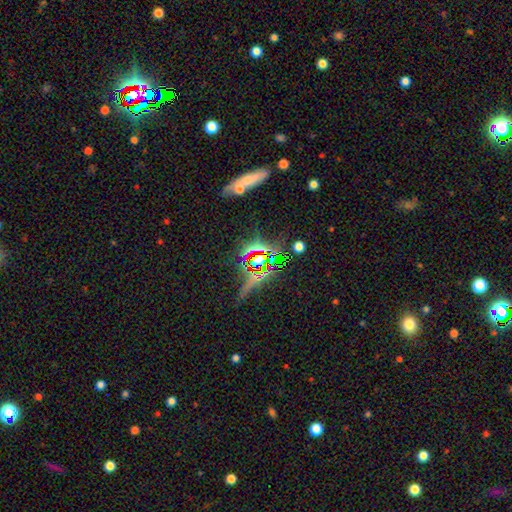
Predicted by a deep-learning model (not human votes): Smooth or featured? star or artifact (70%)